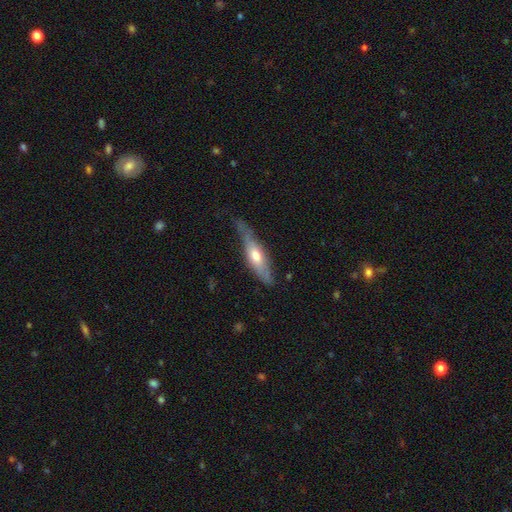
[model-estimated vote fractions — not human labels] A featured or disk galaxy (49%). Merging: none (53%).